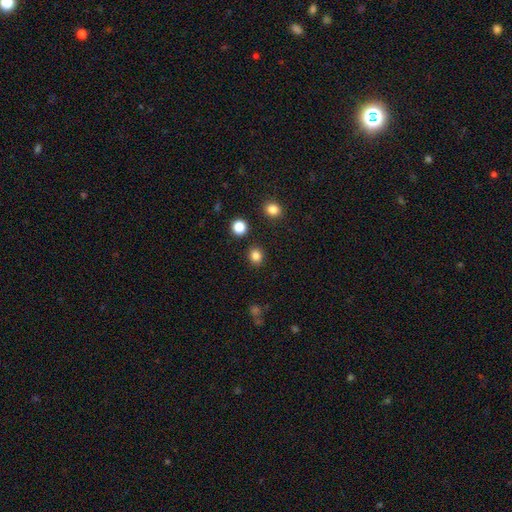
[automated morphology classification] Smooth or featured? Predicted: smooth (p=0.84). How rounded? Predicted: round (p=0.75). Merging? Predicted: none (p=0.89).